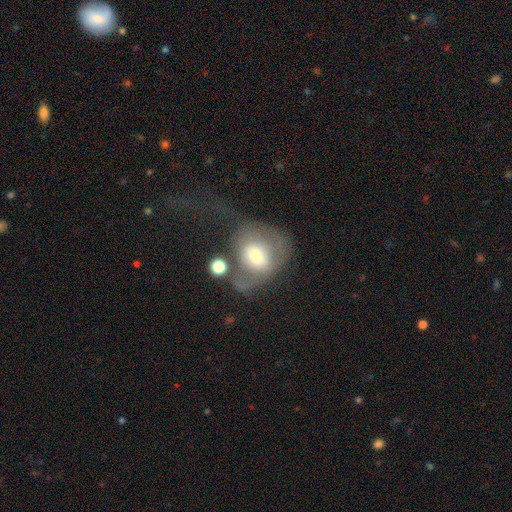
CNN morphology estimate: Overall: smooth (53%; featured or disk 38%). How rounded: in between (50%; round 49%). Merging: major disturbance (46%; none 21%).